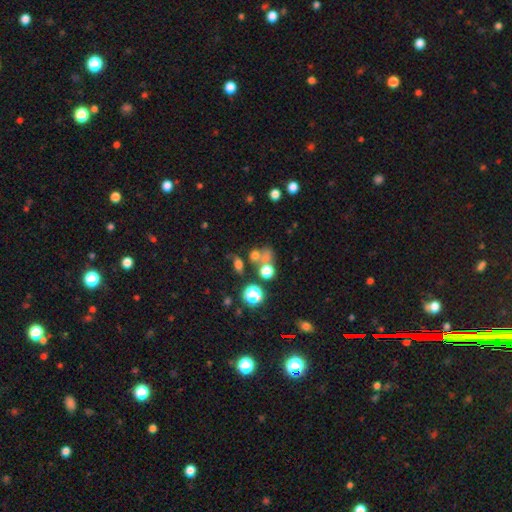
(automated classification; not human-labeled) Smooth or featured?
  - smooth: 61% *
  - star or artifact: 25%
  - featured or disk: 15%
How rounded?
  - round: 58% *
  - in between: 39%
  - cigar-shaped: 3%
Merging?
  - none: 38% *
  - merger: 36%
  - major disturbance: 13%
  - minor disturbance: 13%